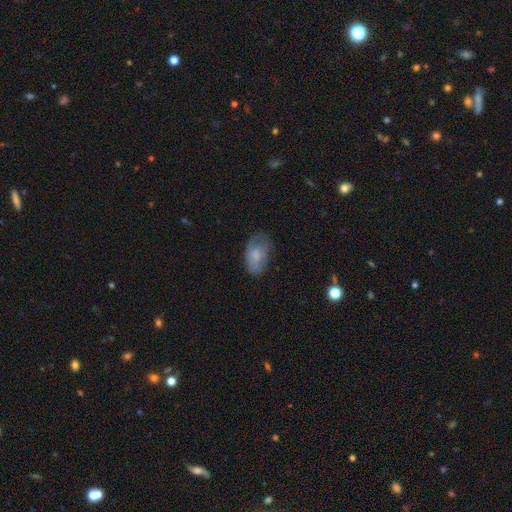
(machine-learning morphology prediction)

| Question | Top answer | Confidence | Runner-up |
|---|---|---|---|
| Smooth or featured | smooth | 72% | featured or disk (21%) |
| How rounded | in between | 92% | round (6%) |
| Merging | none | 60% | minor disturbance (28%) |